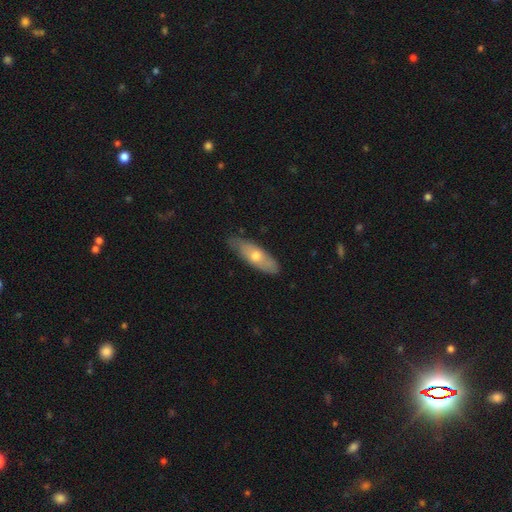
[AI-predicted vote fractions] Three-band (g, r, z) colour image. It shows a smooth galaxy with no disk features (59%) that is in between round and cigar-shaped (54%). Merging: none (79%).